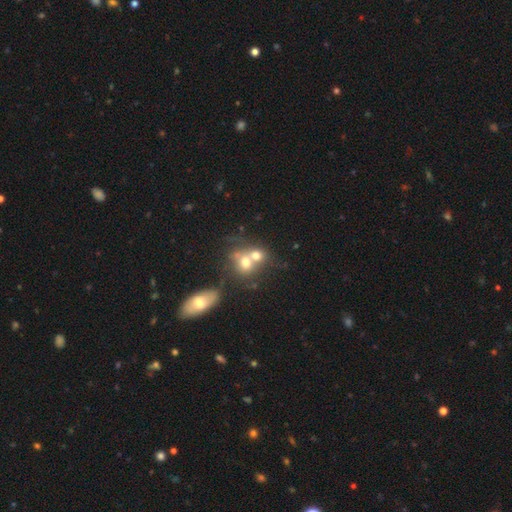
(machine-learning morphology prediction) smooth-or-featured: smooth: 65% | featured or disk: 23% | star or artifact: 12%
  how-rounded: round: 66% | in between: 33% | cigar-shaped: 1%
  merging: merger: 67% | none: 22% | minor disturbance: 7% | major disturbance: 5%